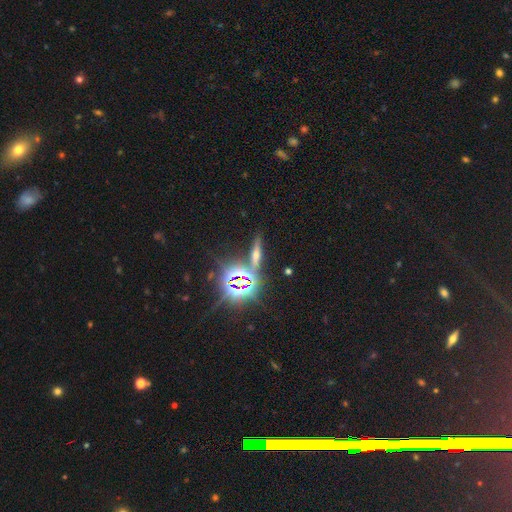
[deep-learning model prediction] star or artifact 39%, featured or disk 31%, smooth 30%.